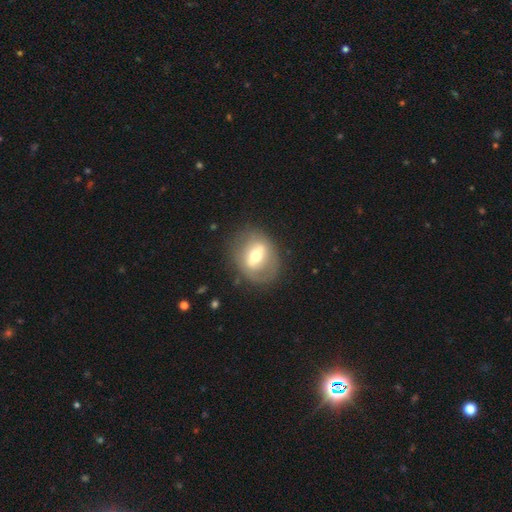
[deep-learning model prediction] smooth_or_featured: featured or disk (p=0.53) [alt: smooth p=0.39]
disk_edge_on: no (p=0.87) [alt: yes p=0.13]
merging: none (p=0.76) [alt: minor disturbance p=0.15]